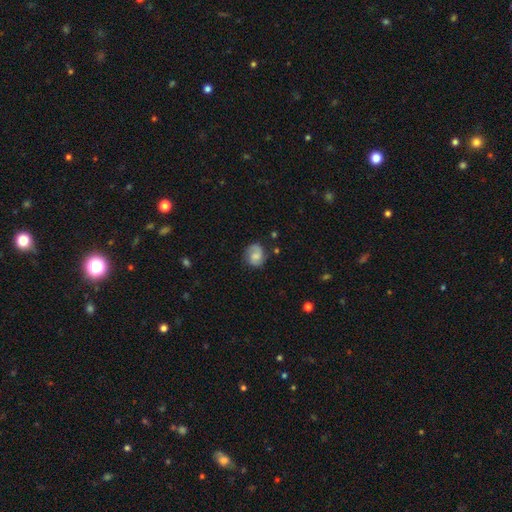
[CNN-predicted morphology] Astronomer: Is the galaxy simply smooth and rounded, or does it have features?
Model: smooth — 48% (runner-up: featured or disk, 43%).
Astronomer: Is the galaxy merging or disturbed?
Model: none — 68%.